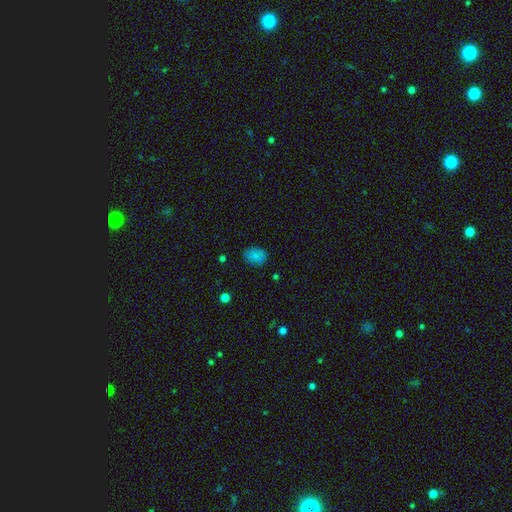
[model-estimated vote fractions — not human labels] This is clearly a smooth galaxy (83%). How rounded: likely in between (68%). Merging: clearly none (82%).